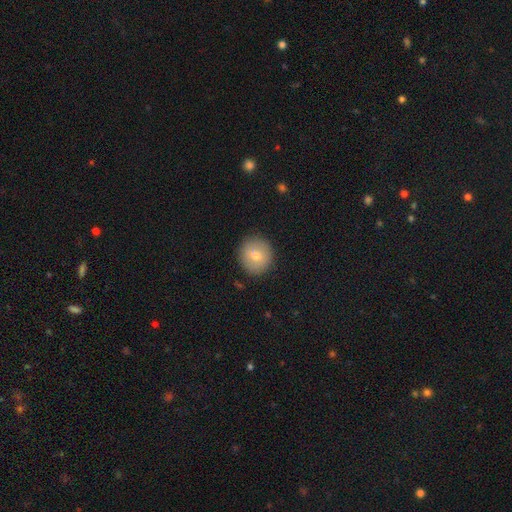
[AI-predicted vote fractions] Smooth or featured?
  - smooth: 74% *
  - featured or disk: 17%
  - star or artifact: 9%
How rounded?
  - round: 90% *
  - in between: 9%
  - cigar-shaped: 1%
Merging?
  - none: 90% *
  - minor disturbance: 7%
  - major disturbance: 2%
  - merger: 1%